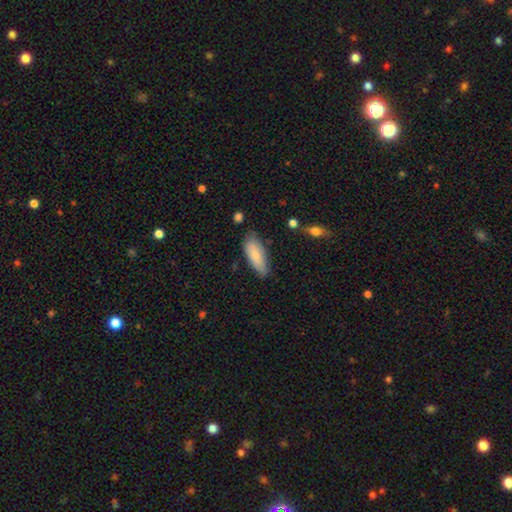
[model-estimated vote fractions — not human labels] smooth 76%, featured or disk 18%, star or artifact 6%. Down the decision tree: how rounded — in between (76%); merging — none (70%).